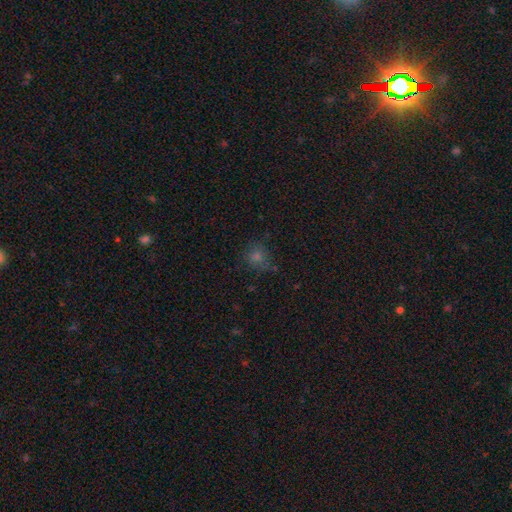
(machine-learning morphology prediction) Smooth or featured: smooth — 65% (star or artifact — 26%)
How rounded: round — 86% (in between — 13%)
Merging: none — 74% (minor disturbance — 17%)